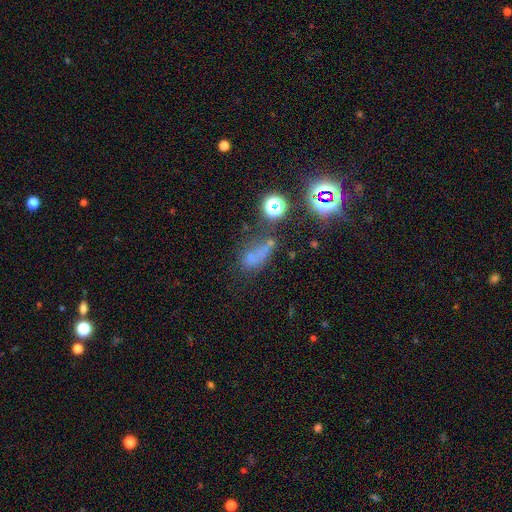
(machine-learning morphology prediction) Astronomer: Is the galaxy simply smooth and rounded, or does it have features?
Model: smooth — 44% (runner-up: star or artifact, 35%).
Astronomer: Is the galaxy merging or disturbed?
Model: none — 35% (runner-up: major disturbance, 25%).